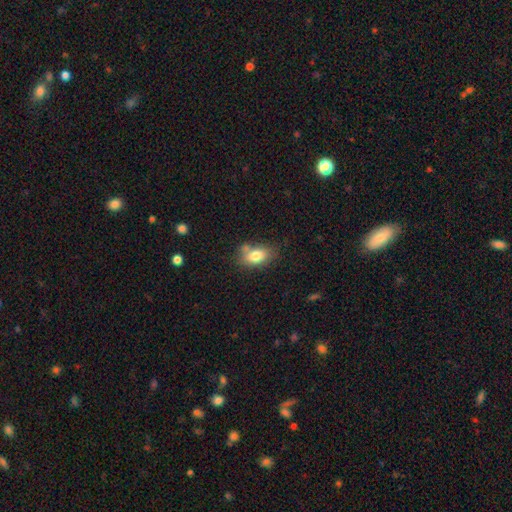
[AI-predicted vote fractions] Smooth or featured? Predicted: smooth (p=0.79). How rounded? Predicted: in between (p=0.86). Merging? Predicted: none (p=0.60).